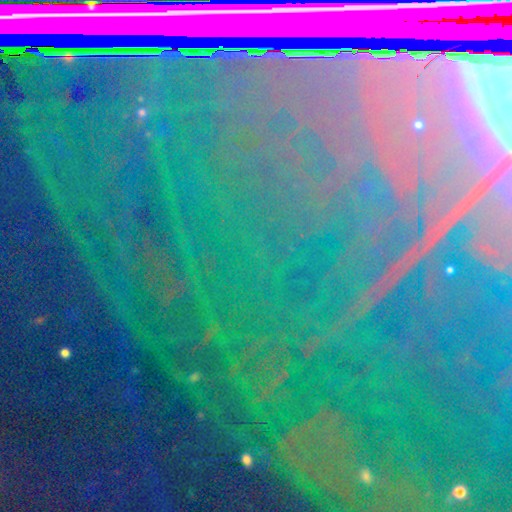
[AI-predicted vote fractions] Smooth or featured? Predicted: star or artifact (p=0.86).